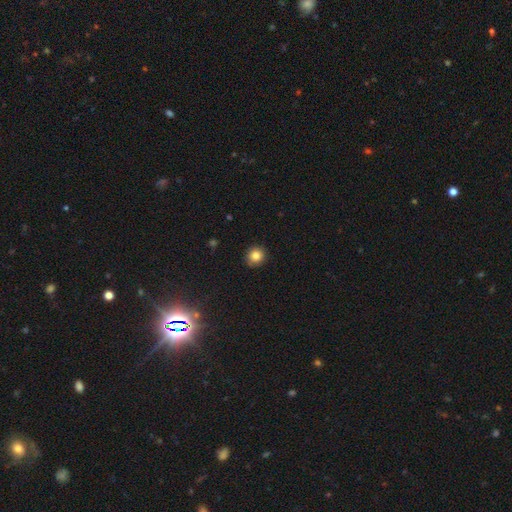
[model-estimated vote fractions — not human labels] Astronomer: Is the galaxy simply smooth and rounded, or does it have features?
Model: smooth — 84%.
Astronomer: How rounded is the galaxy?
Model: round — 89%.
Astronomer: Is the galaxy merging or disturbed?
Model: none — 88%.